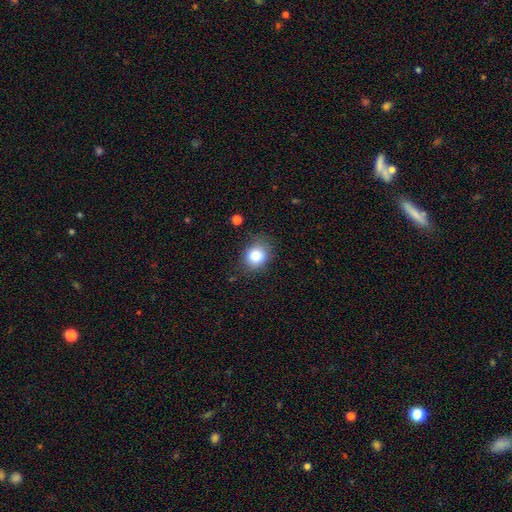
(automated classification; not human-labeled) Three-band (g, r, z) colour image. It shows a smooth galaxy with no disk features (80%) that is round (68%). Merging: none (79%).